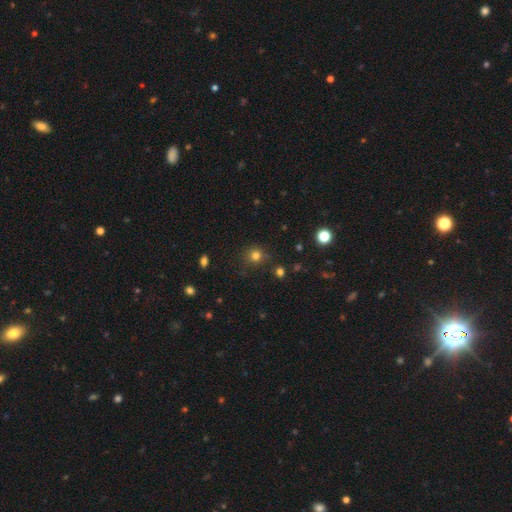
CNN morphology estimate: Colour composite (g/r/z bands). It shows a smooth galaxy with no disk features (78%) that is round (90%). Merging: none (83%).